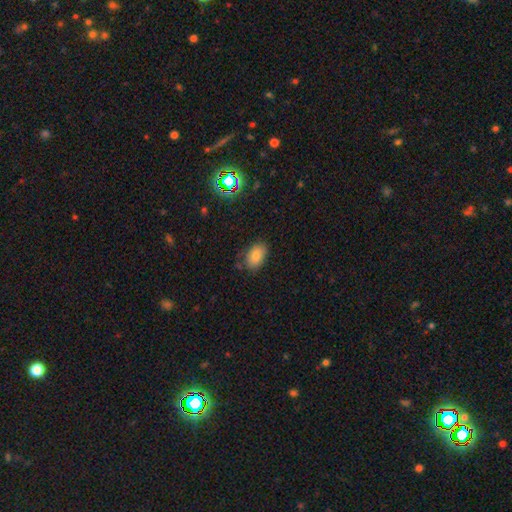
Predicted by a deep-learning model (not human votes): Q: Smooth or featured?
A: smooth (81%); runner-up: star or artifact (10%)
Q: How rounded?
A: in between (89%); runner-up: round (10%)
Q: Merging?
A: none (76%); runner-up: minor disturbance (18%)